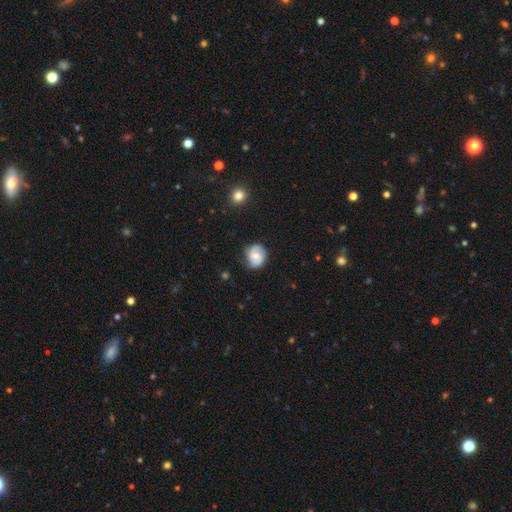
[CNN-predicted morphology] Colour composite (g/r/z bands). It shows a smooth galaxy with no disk features (49%). Merging: none (69%).